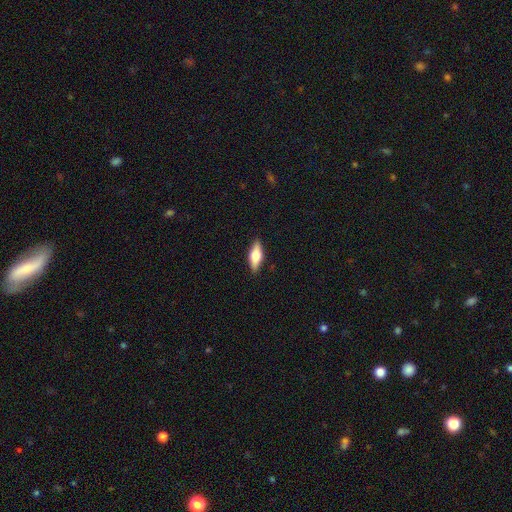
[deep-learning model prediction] Smooth or featured: smooth — 56% (featured or disk — 37%)
How rounded: in between — 64% (cigar-shaped — 33%)
Merging: none — 89% (minor disturbance — 9%)